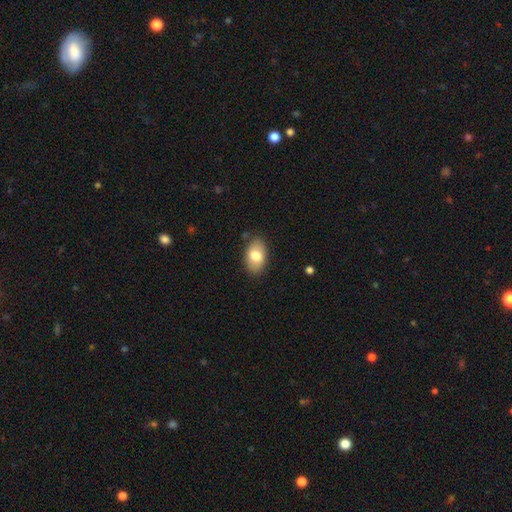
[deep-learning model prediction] A smooth galaxy with no disk features (78%) that is in between round and cigar-shaped (91%). Merging: none (83%).